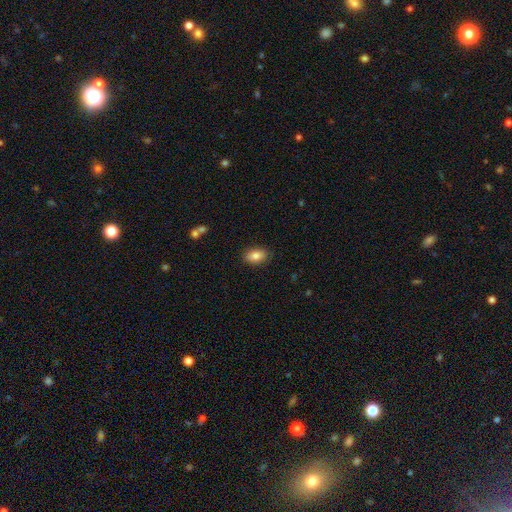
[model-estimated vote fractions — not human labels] A smooth galaxy with no disk features (84%) that is in between round and cigar-shaped (88%).

Vote fractions:
- Smooth or featured? smooth: 84% / featured or disk: 8% / star or artifact: 8%
- How rounded? in between: 88% / round: 10% / cigar-shaped: 2%
- Merging? none: 87% / minor disturbance: 10% / major disturbance: 2% / merger: 1%